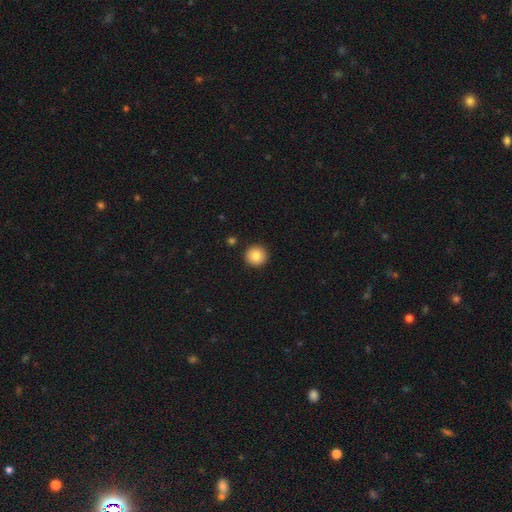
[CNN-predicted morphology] A smooth galaxy with no disk features (86%) that is round (95%).

Vote fractions:
- Smooth or featured? smooth: 86% / star or artifact: 9% / featured or disk: 5%
- How rounded? round: 95% / in between: 4% / cigar-shaped: 1%
- Merging? none: 92% / minor disturbance: 5% / major disturbance: 2% / merger: 1%